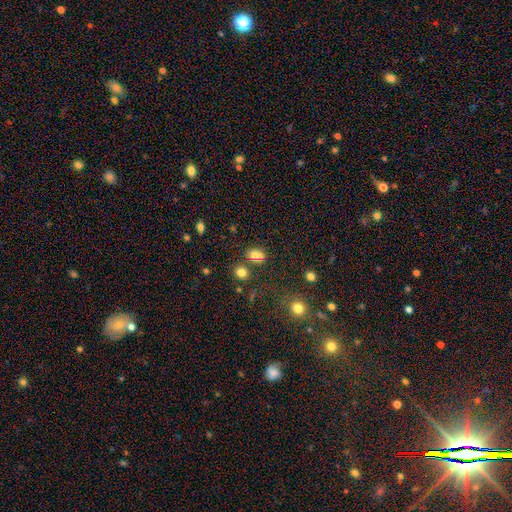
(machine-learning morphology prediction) The model was most divided on "how rounded": round: 52%, in between: 47%, cigar-shaped: 1%. More confident: smooth or featured — smooth (73%); merging — none (53%).